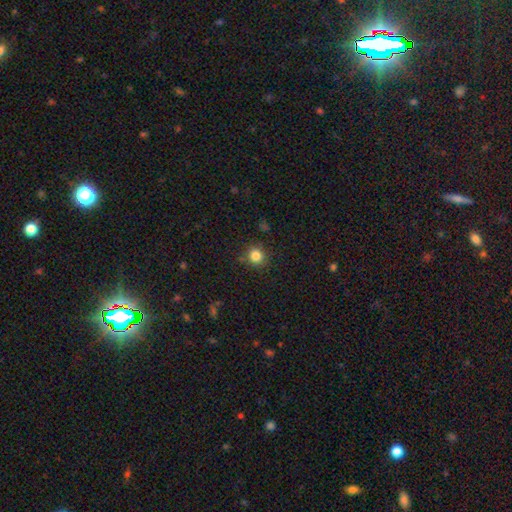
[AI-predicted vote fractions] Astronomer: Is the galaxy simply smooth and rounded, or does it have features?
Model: smooth — 83%.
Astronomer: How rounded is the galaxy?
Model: round — 90%.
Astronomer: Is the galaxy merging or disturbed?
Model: none — 85%.